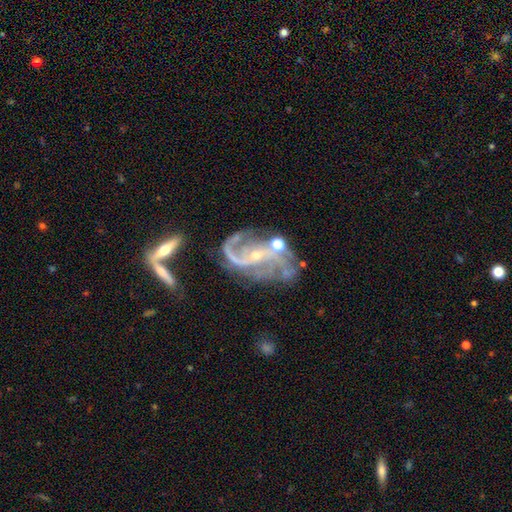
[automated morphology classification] Overall: featured or disk (88%). Edge-on disk: no (97%). Bar: no (49%; weak 35%). Spiral arms: yes (95%). Spiral arm count: 2 (60%). Spiral winding: loose (42%, tied with medium). Bulge size: small (74%). Merging: none (37%; major disturbance 25%).